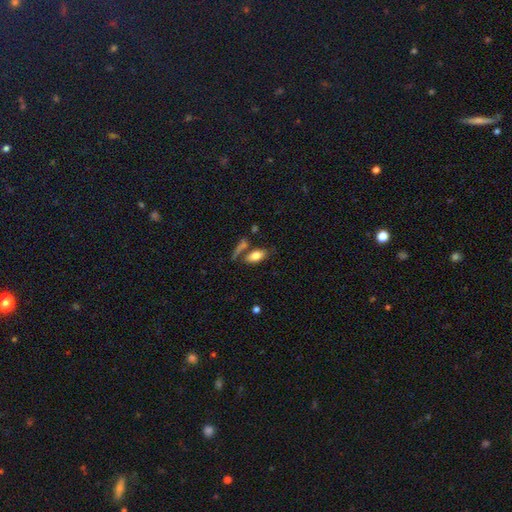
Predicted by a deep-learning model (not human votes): Q: Smooth or featured?
A: smooth (76%); runner-up: featured or disk (16%)
Q: How rounded?
A: in between (87%); runner-up: cigar-shaped (9%)
Q: Merging?
A: none (62%); runner-up: merger (19%)